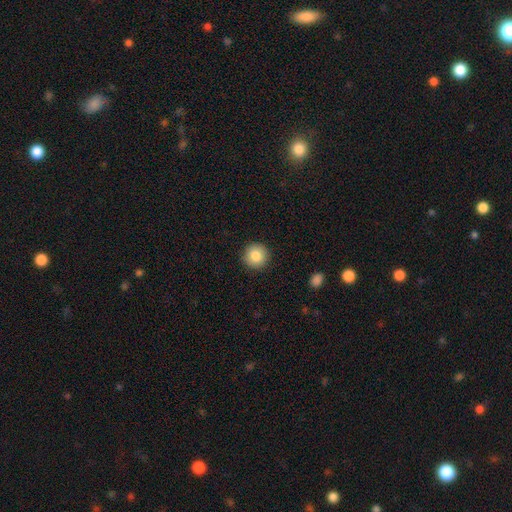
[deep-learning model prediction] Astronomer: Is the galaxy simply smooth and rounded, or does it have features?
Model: smooth — 85%.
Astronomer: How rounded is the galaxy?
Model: round — 95%.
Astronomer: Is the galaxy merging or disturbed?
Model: none — 92%.